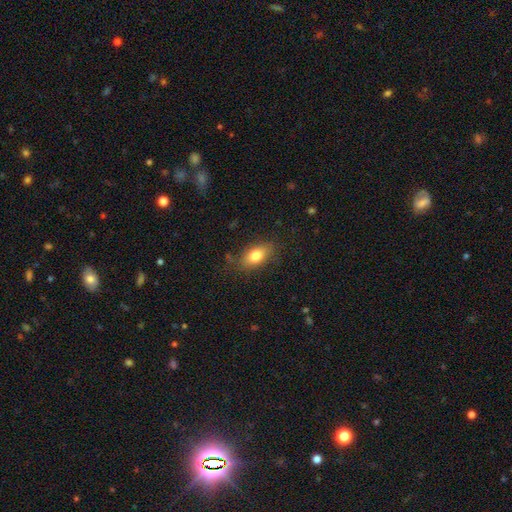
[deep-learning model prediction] Smooth or featured? smooth (80%)
How rounded? in between (87%)
Merging? none (79%)